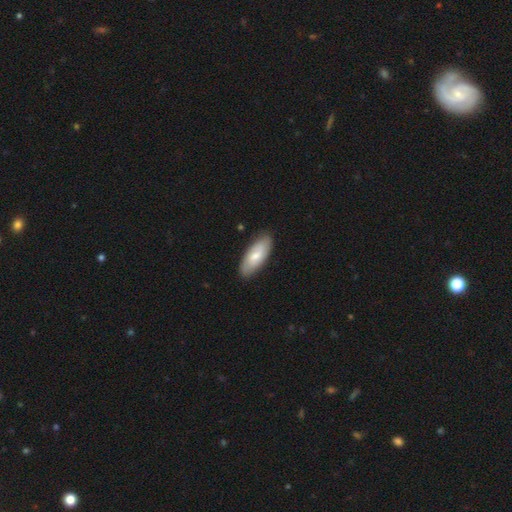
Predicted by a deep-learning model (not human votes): smooth 65%, featured or disk 30%, star or artifact 5%. Down the decision tree: how rounded — in between (82%); merging — none (84%).